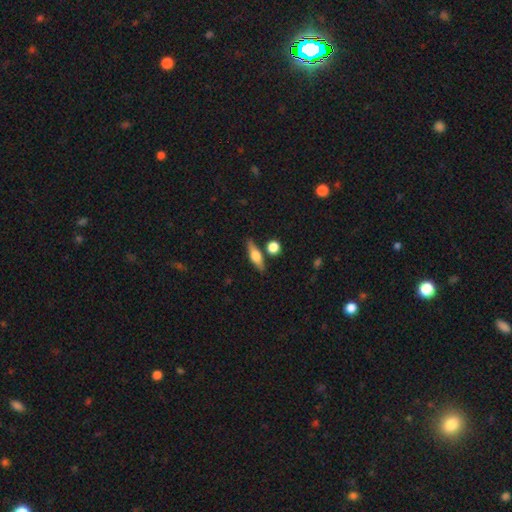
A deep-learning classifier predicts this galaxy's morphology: smooth_or_featured: featured or disk (p=0.53) [alt: smooth p=0.39]
disk_edge_on: yes (p=0.94) [alt: no p=0.06]
merging: none (p=0.80) [alt: minor disturbance p=0.10]